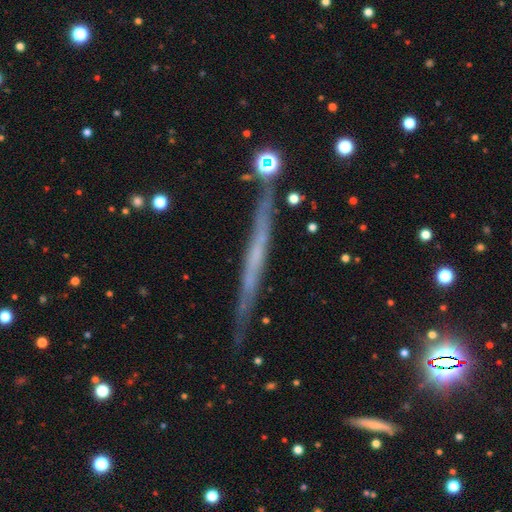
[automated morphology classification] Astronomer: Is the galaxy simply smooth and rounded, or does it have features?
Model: featured or disk — 63%.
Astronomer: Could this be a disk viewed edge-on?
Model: yes — 96%.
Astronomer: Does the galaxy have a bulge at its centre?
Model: none — 86%.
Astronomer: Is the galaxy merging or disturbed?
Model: none — 85%.